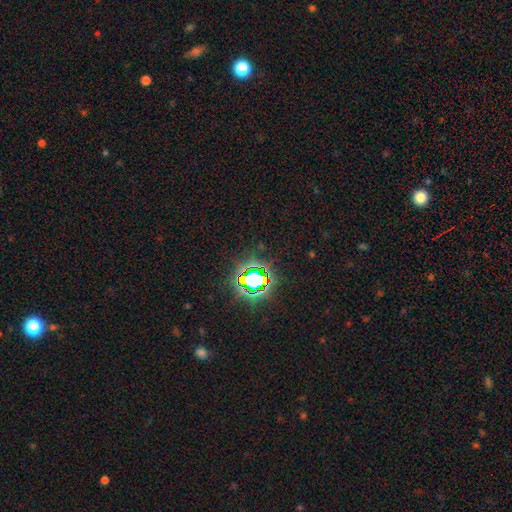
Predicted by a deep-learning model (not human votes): smooth-or-featured: star or artifact: 81% | smooth: 12% | featured or disk: 7%